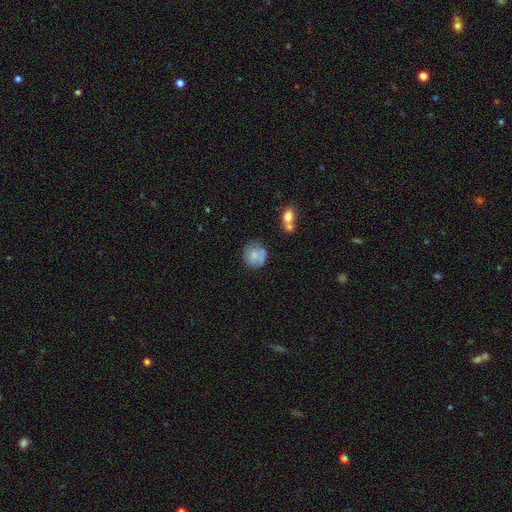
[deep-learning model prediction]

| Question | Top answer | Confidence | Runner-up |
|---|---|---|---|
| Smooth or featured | smooth | 71% | featured or disk (21%) |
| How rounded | round | 86% | in between (13%) |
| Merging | none | 59% | minor disturbance (22%) |